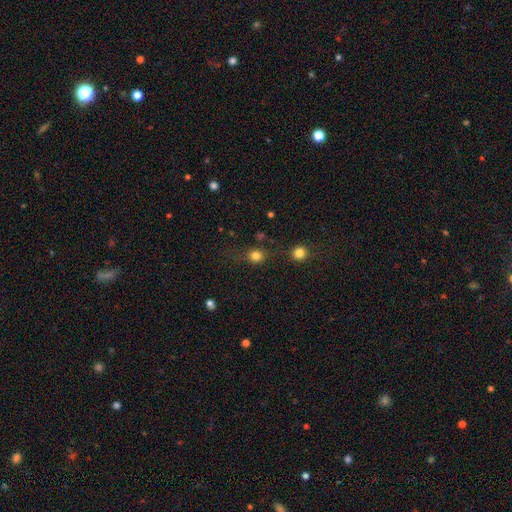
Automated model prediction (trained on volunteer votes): smooth_or_featured: smooth (p=0.79) [alt: star or artifact p=0.15]
how_rounded: round (p=0.81) [alt: in between p=0.17]
merging: none (p=0.72) [alt: minor disturbance p=0.15]